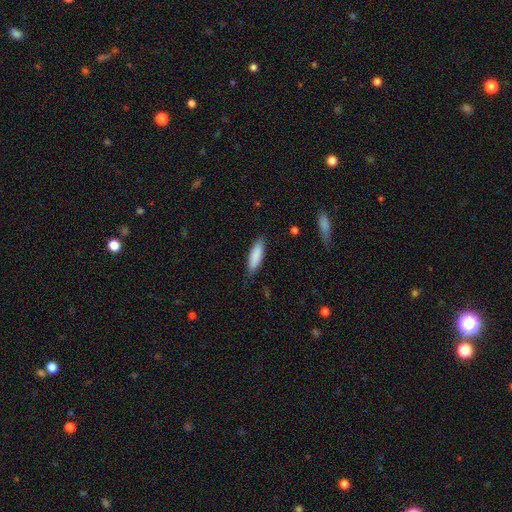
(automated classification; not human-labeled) Smooth or featured?
  - smooth: 87% *
  - featured or disk: 7%
  - star or artifact: 6%
How rounded?
  - cigar-shaped: 50% *
  - in between: 48%
  - round: 1%
Merging?
  - none: 81% *
  - minor disturbance: 15%
  - major disturbance: 3%
  - merger: 1%